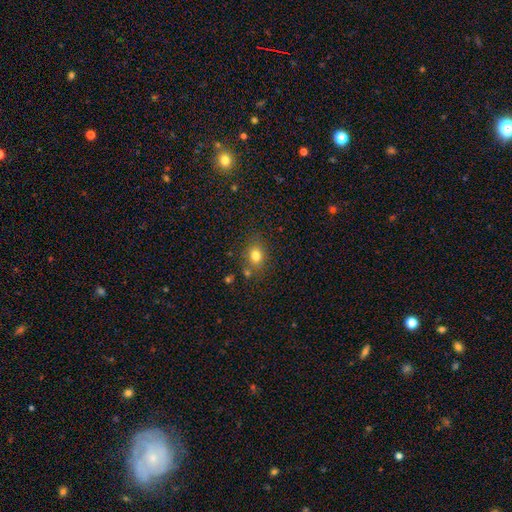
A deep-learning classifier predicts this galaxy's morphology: Smooth or featured?
  - smooth: 78% *
  - star or artifact: 13%
  - featured or disk: 9%
How rounded?
  - round: 53% *
  - in between: 46%
  - cigar-shaped: 1%
Merging?
  - none: 74% *
  - minor disturbance: 13%
  - merger: 8%
  - major disturbance: 4%